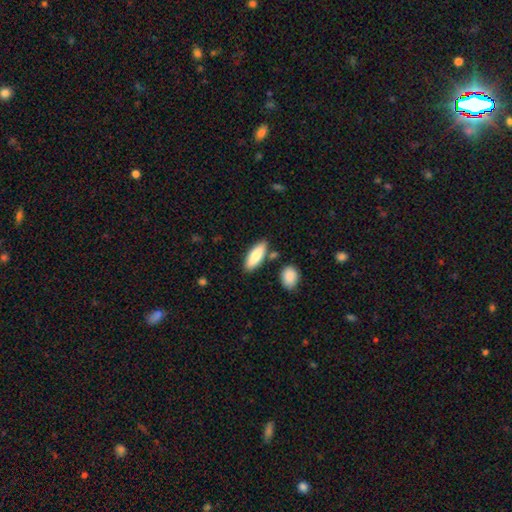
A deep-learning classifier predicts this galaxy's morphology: Smooth or featured?
  - smooth: 83% *
  - featured or disk: 11%
  - star or artifact: 6%
How rounded?
  - in between: 67% *
  - cigar-shaped: 31%
  - round: 2%
Merging?
  - none: 80% *
  - minor disturbance: 11%
  - merger: 7%
  - major disturbance: 2%